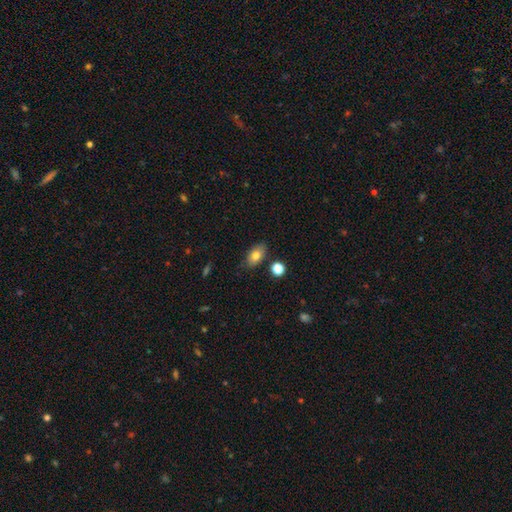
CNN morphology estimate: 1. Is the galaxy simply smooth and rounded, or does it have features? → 78% smooth, 13% featured or disk, 9% star or artifact.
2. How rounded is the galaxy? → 88% in between, 9% round, 3% cigar-shaped.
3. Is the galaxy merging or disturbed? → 80% none, 13% minor disturbance, 4% merger, 3% major disturbance.